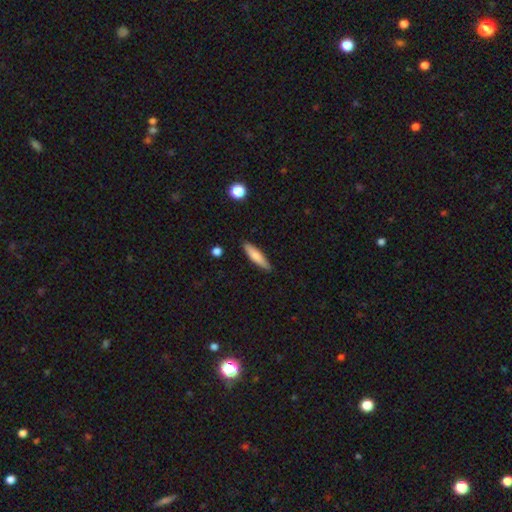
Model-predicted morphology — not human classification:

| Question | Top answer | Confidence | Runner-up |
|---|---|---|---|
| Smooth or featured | smooth | 77% | featured or disk (17%) |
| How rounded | cigar-shaped | 74% | in between (24%) |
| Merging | none | 85% | minor disturbance (12%) |